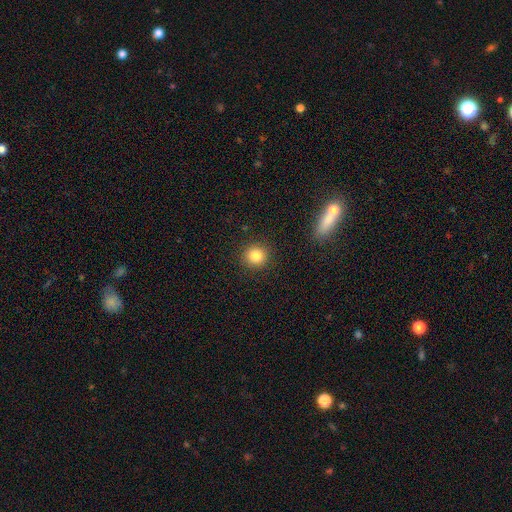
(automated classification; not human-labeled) Q: Smooth or featured?
A: smooth (84%); runner-up: star or artifact (11%)
Q: How rounded?
A: round (90%); runner-up: in between (9%)
Q: Merging?
A: none (91%); runner-up: minor disturbance (6%)